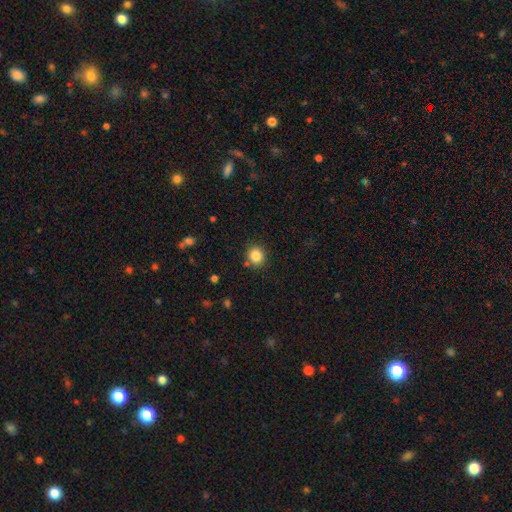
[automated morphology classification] This is clearly a smooth galaxy (85%). How rounded: clearly round (81%). Merging: clearly none (85%).